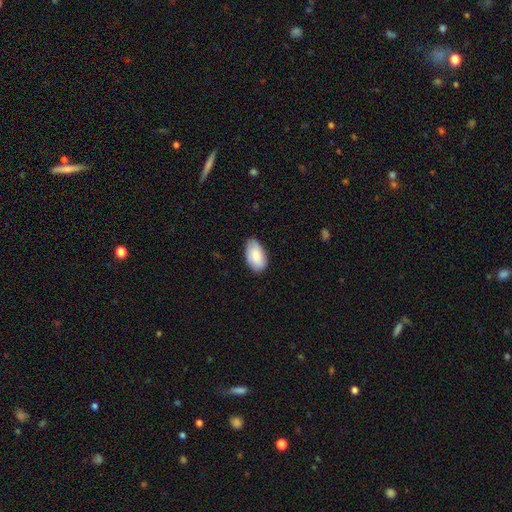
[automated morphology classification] The model was most divided on "merging": none: 79%, minor disturbance: 17%, major disturbance: 3%, merger: 1%. More confident: how rounded — in between (95%); smooth or featured — smooth (84%).